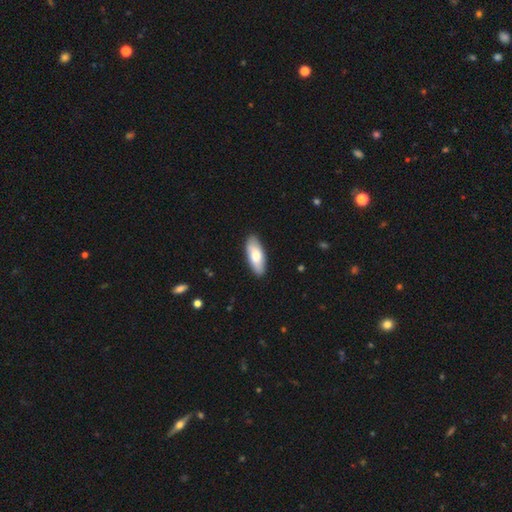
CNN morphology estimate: type=smooth (75%); roundness=in between (78%); merging=none (89%).